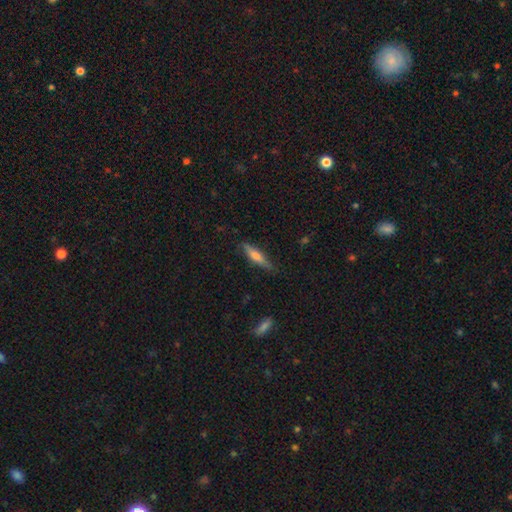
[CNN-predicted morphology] Smooth or featured? Predicted: smooth (p=0.51). How rounded? Predicted: cigar-shaped (p=0.82). Merging? Predicted: none (p=0.83).